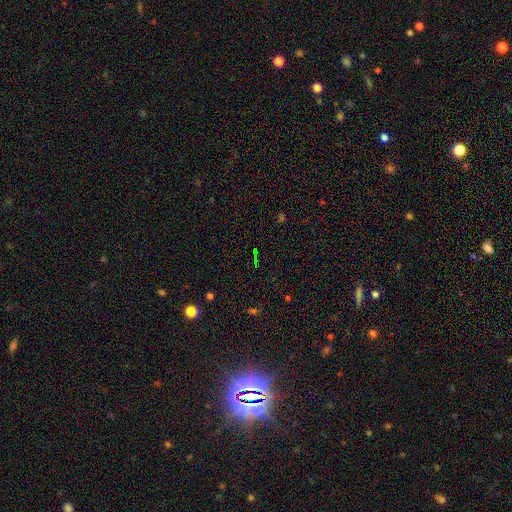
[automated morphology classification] Smooth or featured: star or artifact — 71% (smooth — 17%)